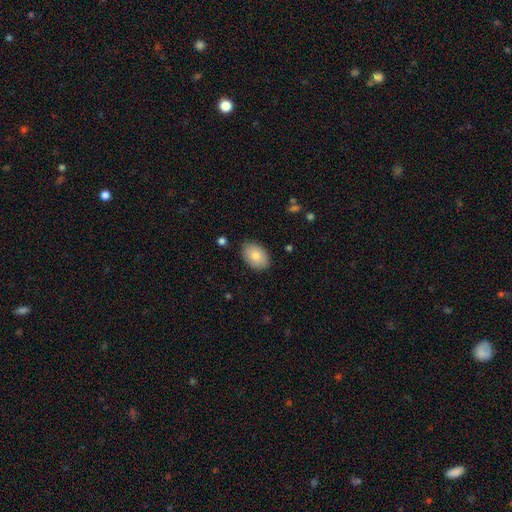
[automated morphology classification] Smooth or featured?
  - smooth: 82% *
  - featured or disk: 11%
  - star or artifact: 7%
How rounded?
  - in between: 88% *
  - round: 11%
  - cigar-shaped: 1%
Merging?
  - none: 86% *
  - minor disturbance: 10%
  - major disturbance: 2%
  - merger: 1%